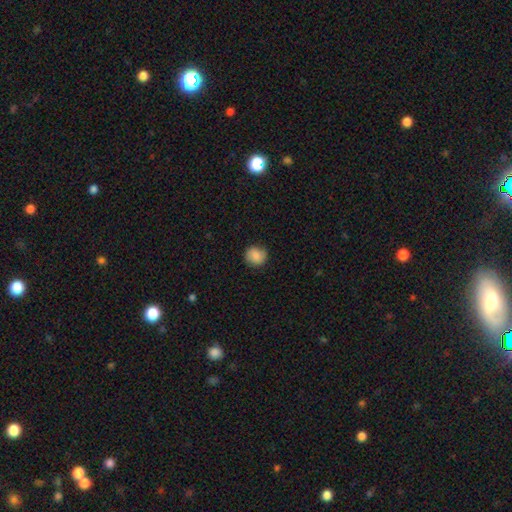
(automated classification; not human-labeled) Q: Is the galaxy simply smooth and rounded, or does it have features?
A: smooth — 84%.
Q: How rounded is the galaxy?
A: round — 89%.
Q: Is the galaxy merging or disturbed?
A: none — 87%.